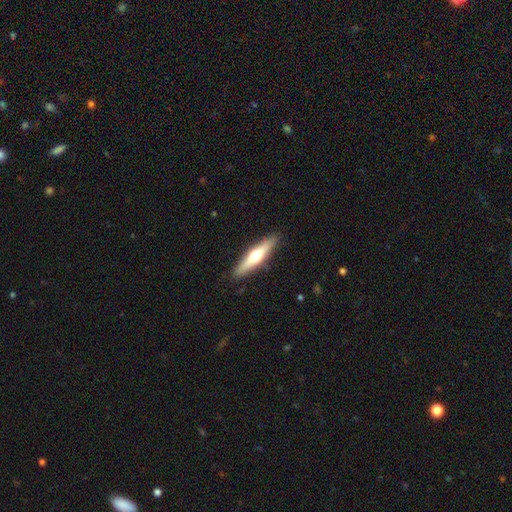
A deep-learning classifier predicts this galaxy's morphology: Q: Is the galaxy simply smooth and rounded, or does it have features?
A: featured or disk — 53%.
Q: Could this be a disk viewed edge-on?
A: yes — 93%.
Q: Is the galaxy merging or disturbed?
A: none — 90%.